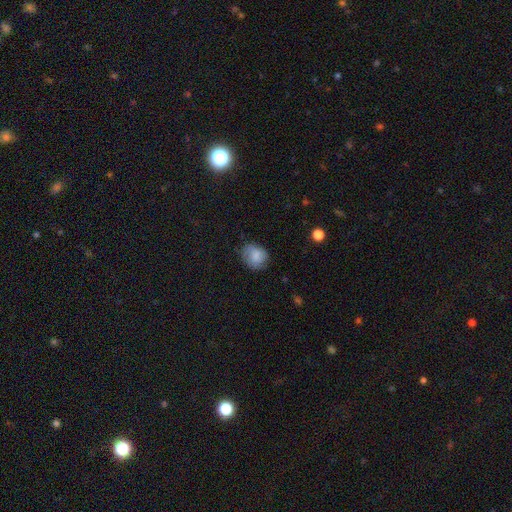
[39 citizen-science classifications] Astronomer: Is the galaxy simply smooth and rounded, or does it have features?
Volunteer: smooth — 64%.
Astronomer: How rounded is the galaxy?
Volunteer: round — 52% (runner-up: in between, 44%).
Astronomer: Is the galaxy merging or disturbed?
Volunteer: none — 65%.